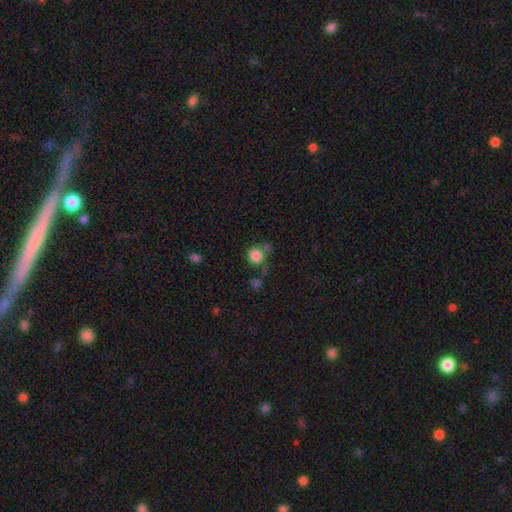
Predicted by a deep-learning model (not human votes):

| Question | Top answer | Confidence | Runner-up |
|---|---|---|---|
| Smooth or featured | smooth | 83% | star or artifact (11%) |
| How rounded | round | 89% | in between (10%) |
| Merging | none | 58% | merger (17%) |